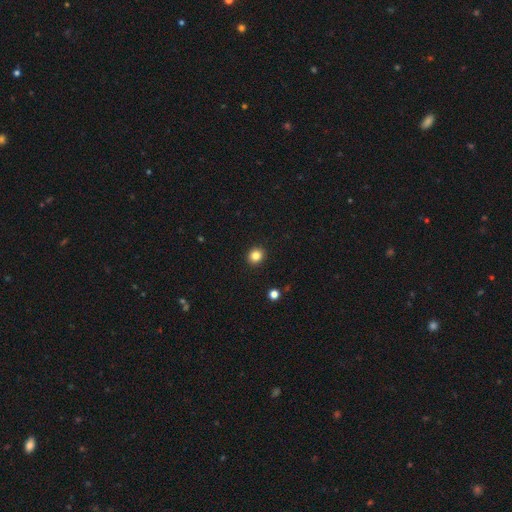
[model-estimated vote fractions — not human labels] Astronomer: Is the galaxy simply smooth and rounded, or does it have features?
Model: smooth — 84%.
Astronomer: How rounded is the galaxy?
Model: round — 78%.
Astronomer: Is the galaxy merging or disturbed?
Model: none — 92%.